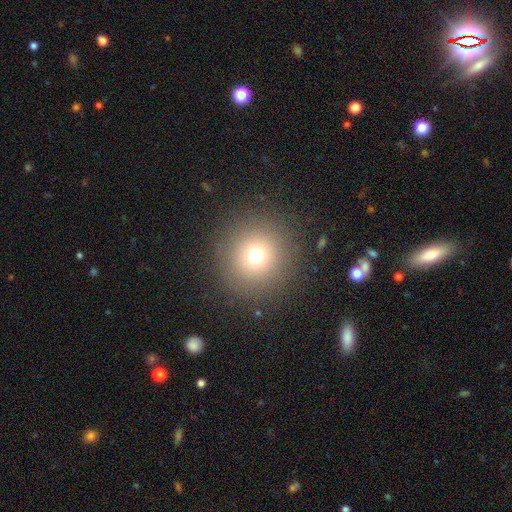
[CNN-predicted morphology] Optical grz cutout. It shows a smooth galaxy with no disk features (71%) that is round (96%). Merging: none (89%).